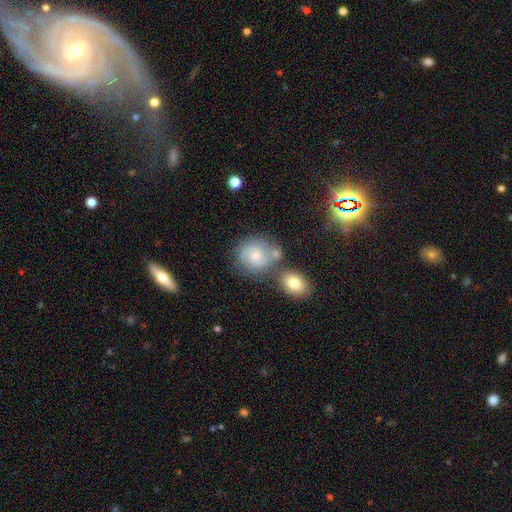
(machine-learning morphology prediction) smooth 58%, featured or disk 34%, star or artifact 9%. Down the decision tree: how rounded — round (77%); merging — none (51%).